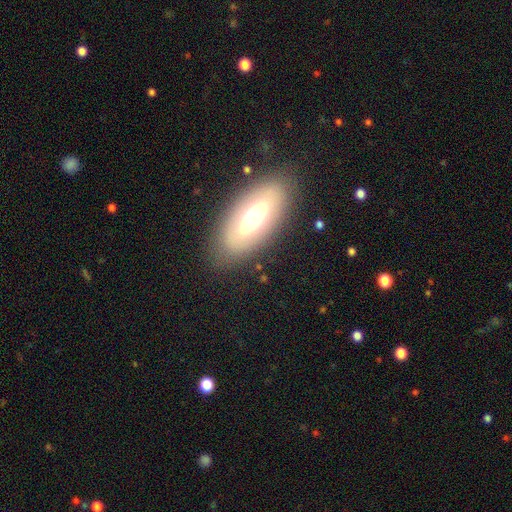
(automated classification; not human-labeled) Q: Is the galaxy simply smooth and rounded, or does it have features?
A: featured or disk — 49%.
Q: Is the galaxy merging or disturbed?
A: none — 84%.